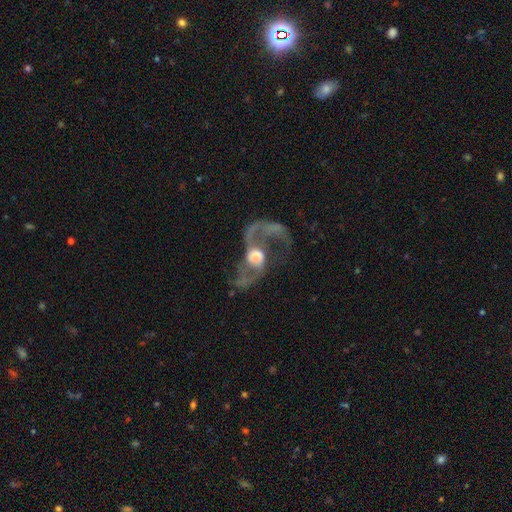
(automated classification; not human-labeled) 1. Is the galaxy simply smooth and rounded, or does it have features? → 85% featured or disk, 8% smooth, 6% star or artifact.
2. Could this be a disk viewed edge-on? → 96% no, 4% yes.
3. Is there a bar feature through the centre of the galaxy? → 51% no, 34% weak, 14% strong.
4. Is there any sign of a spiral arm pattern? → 91% yes, 9% no.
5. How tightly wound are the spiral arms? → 73% loose, 23% medium, 4% tight.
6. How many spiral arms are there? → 88% 2, 4% 1, 3% can't tell, 2% 3, 1% 4, 1% more than 4.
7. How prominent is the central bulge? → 41% moderate, 37% large, 12% small, 5% dominant, 4% none.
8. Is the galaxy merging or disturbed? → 46% none, 34% major disturbance, 14% minor disturbance, 6% merger.